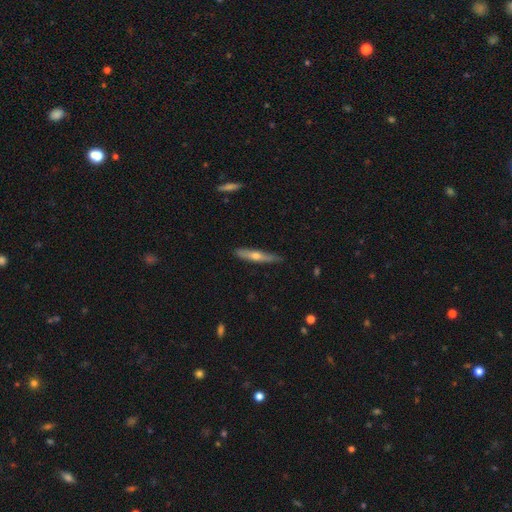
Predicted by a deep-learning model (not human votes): A featured or disk galaxy (55%) viewed edge-on (92%) with a rounded central bulge (86%).

Vote fractions:
- Smooth or featured? featured or disk: 55% / smooth: 39% / star or artifact: 7%
- Edge-on disk? yes: 92% / no: 8%
- Edge-on bulge? rounded: 86% / none: 12% / boxy: 2%
- Merging? none: 85% / minor disturbance: 12% / major disturbance: 2% / merger: 1%